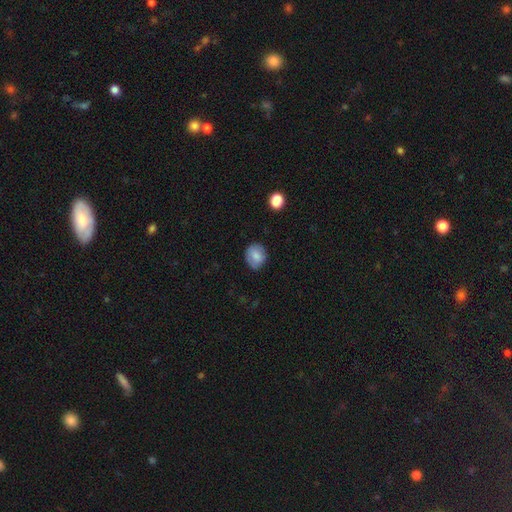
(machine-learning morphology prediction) This is likely a smooth galaxy (77%). How rounded: likely round (68%). Merging: likely none (76%).